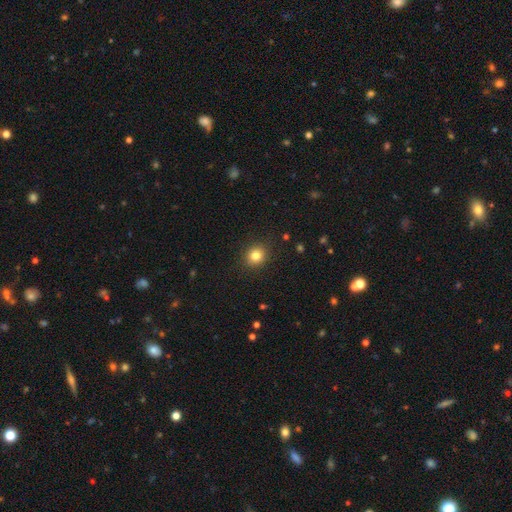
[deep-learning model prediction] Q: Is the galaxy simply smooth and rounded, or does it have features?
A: smooth — 82%.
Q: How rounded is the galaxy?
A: round — 78%.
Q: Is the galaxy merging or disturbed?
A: none — 90%.